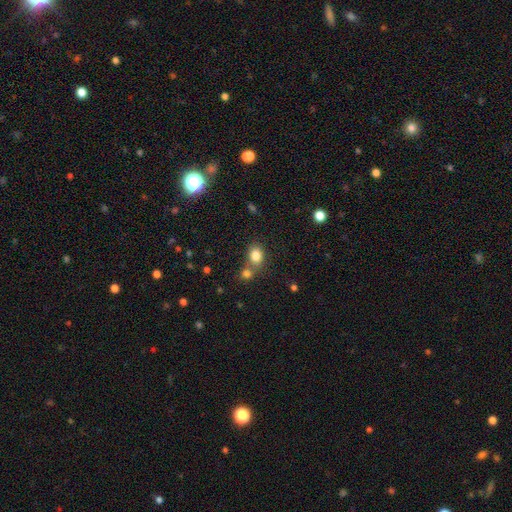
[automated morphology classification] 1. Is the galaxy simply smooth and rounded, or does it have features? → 82% smooth, 11% star or artifact, 7% featured or disk.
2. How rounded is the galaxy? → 50% round, 49% in between, 1% cigar-shaped.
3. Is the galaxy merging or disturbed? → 54% none, 33% merger, 10% minor disturbance, 3% major disturbance.